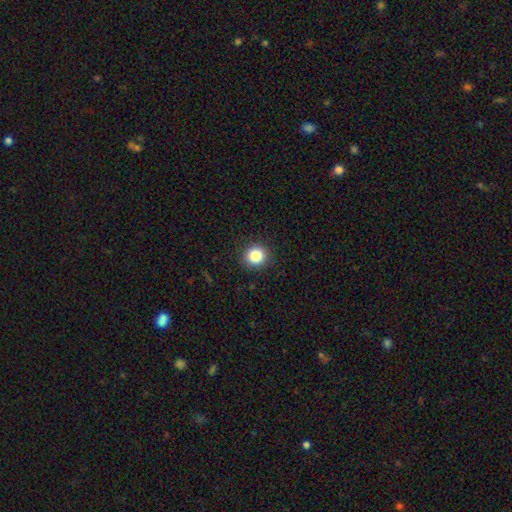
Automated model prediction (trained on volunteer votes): Smooth or featured: smooth — 84% (star or artifact — 11%)
How rounded: round — 89% (in between — 10%)
Merging: none — 91% (minor disturbance — 6%)